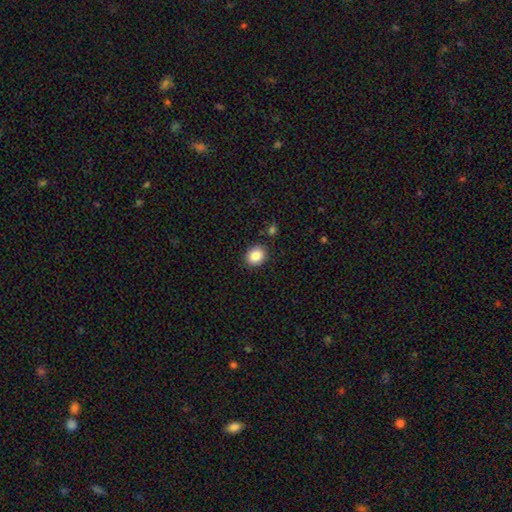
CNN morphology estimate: type=smooth (86%); roundness=round (63%); merging=none (87%).